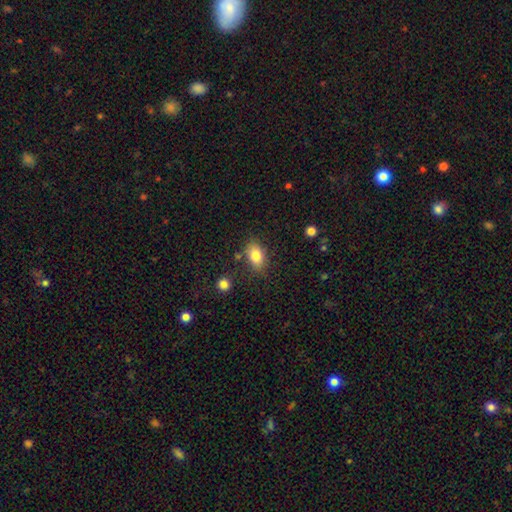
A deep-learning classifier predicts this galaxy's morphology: Smooth or featured? Predicted: smooth (p=0.82). How rounded? Predicted: in between (p=0.84). Merging? Predicted: none (p=0.77).